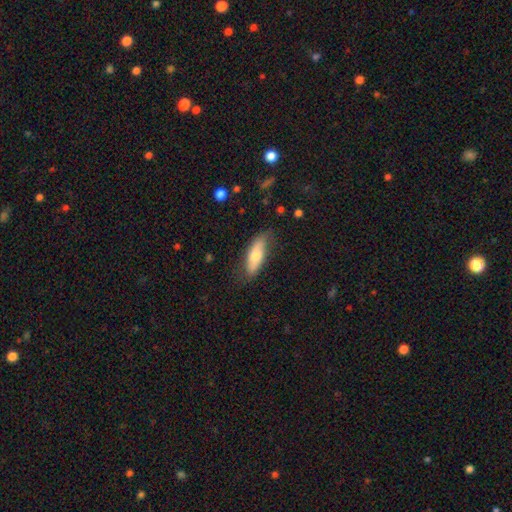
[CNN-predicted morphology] Smooth or featured? Predicted: smooth (p=0.66). How rounded? Predicted: in between (p=0.66). Merging? Predicted: none (p=0.75).